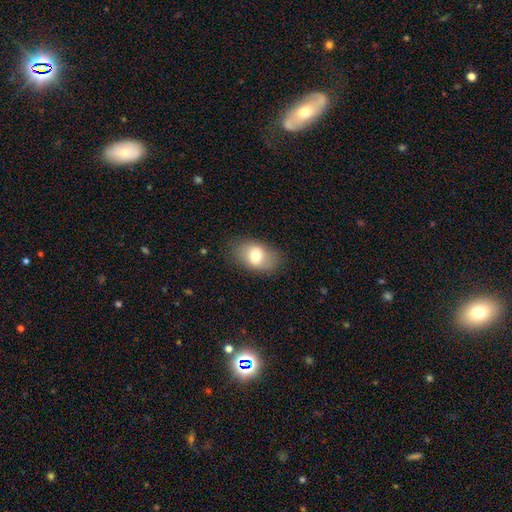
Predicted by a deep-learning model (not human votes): This is likely a smooth galaxy (71%). How rounded: clearly in between (83%). Merging: clearly none (81%).